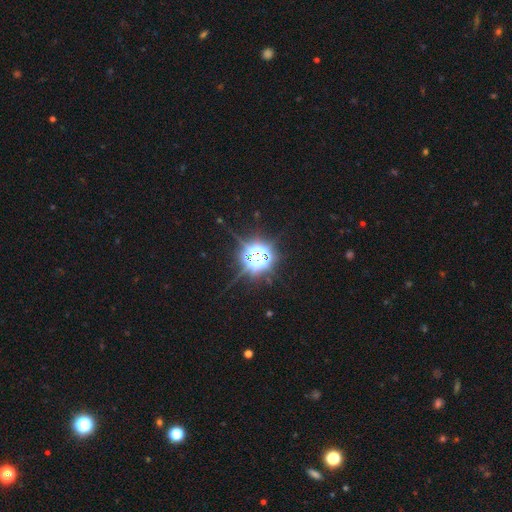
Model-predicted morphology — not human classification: A star or artifact, not a galaxy (82%).